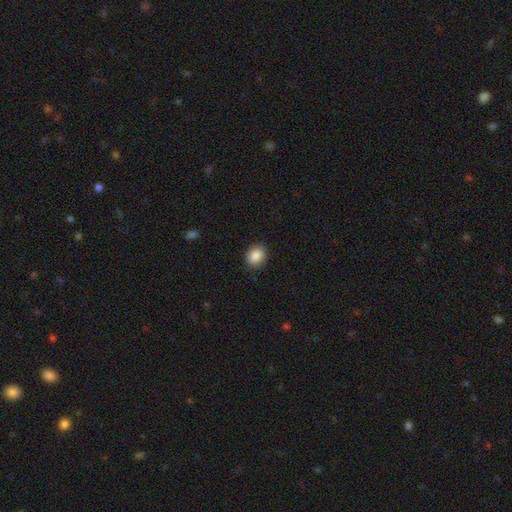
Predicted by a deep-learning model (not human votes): Smooth or featured: smooth — 88% (star or artifact — 8%)
How rounded: in between — 58% (round — 41%)
Merging: none — 87% (minor disturbance — 9%)